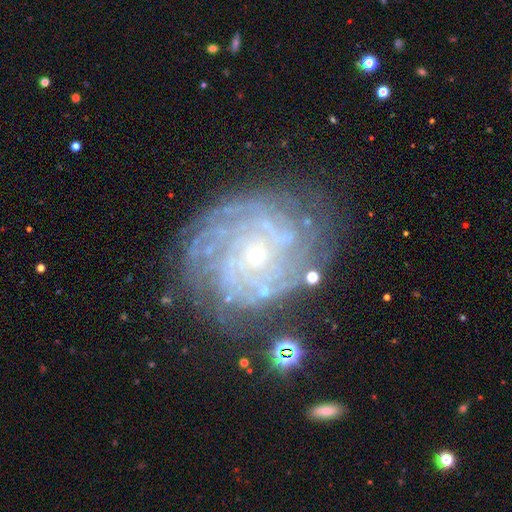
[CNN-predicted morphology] Smooth or featured? Predicted: featured or disk (p=0.87). Edge-on disk? Predicted: no (p=0.97). Bar? Predicted: no (p=0.79). Spiral arms? Predicted: yes (p=0.96). Spiral winding? Predicted: tight (p=0.78). Spiral arm count? Predicted: can't tell (p=0.30). Bulge size? Predicted: small (p=0.70). Merging? Predicted: none (p=0.77).